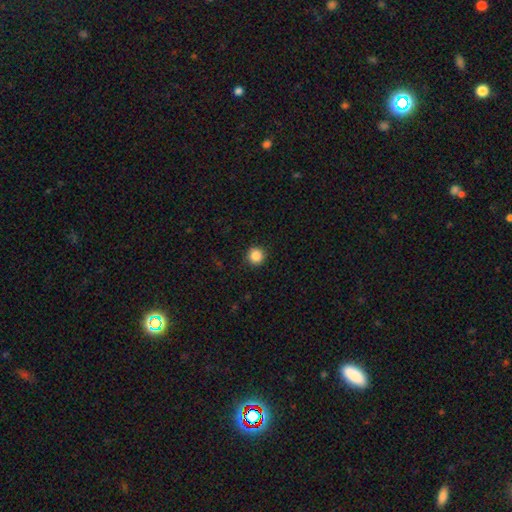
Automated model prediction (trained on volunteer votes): Smooth or featured? smooth (86%)
How rounded? round (95%)
Merging? none (90%)